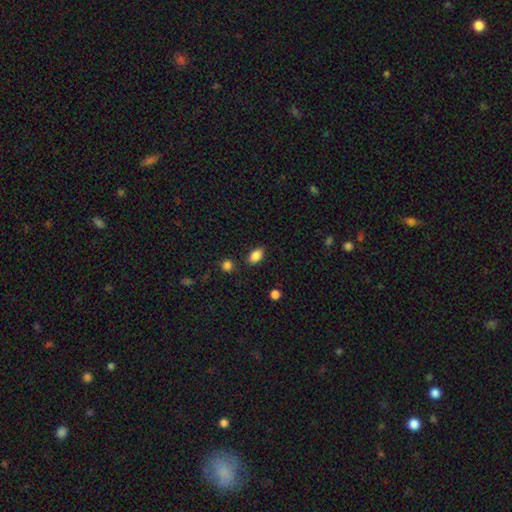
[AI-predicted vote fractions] Smooth or featured?
  - smooth: 86% *
  - star or artifact: 9%
  - featured or disk: 5%
How rounded?
  - in between: 88% *
  - round: 10%
  - cigar-shaped: 2%
Merging?
  - none: 82% *
  - minor disturbance: 12%
  - merger: 3%
  - major disturbance: 3%